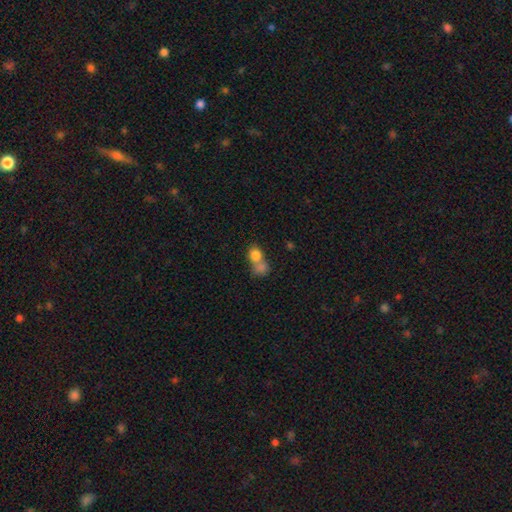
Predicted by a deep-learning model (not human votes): Smooth or featured?
  - smooth: 80% *
  - featured or disk: 10%
  - star or artifact: 10%
How rounded?
  - round: 66% *
  - in between: 32%
  - cigar-shaped: 1%
Merging?
  - merger: 61% *
  - none: 28%
  - minor disturbance: 7%
  - major disturbance: 4%